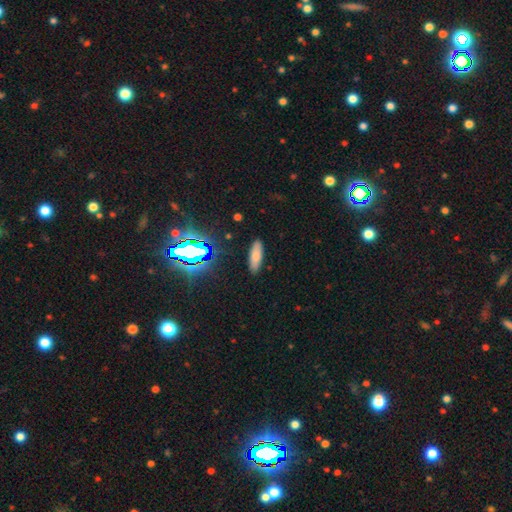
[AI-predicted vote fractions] Q: Smooth or featured?
A: smooth (70%); runner-up: star or artifact (15%)
Q: How rounded?
A: in between (57%); runner-up: cigar-shaped (41%)
Q: Merging?
A: none (88%); runner-up: minor disturbance (8%)